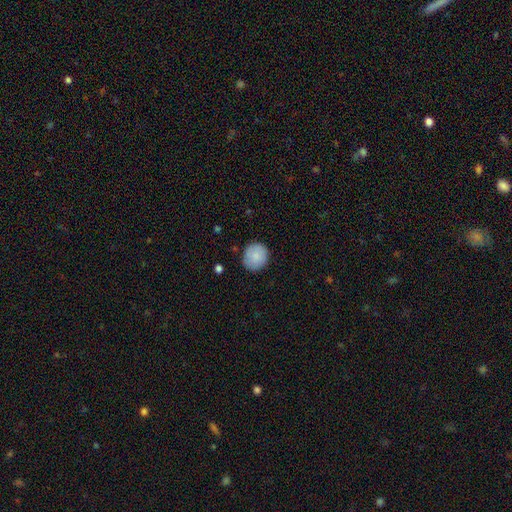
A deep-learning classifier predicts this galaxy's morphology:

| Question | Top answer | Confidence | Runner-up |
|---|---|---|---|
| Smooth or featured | smooth | 86% | featured or disk (7%) |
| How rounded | round | 86% | in between (13%) |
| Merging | none | 84% | minor disturbance (12%) |